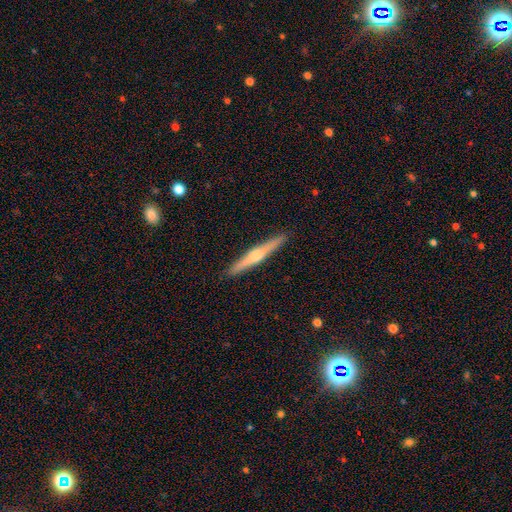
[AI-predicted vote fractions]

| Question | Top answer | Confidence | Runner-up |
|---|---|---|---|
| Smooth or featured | featured or disk | 62% | smooth (33%) |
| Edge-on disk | yes | 98% | no (2%) |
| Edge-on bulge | rounded | 82% | none (11%) |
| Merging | none | 92% | minor disturbance (6%) |